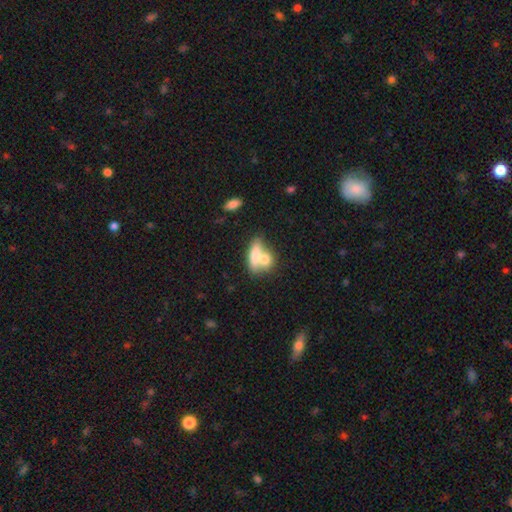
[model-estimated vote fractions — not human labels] Smooth or featured?
  - smooth: 68% *
  - featured or disk: 25%
  - star or artifact: 7%
How rounded?
  - in between: 67% *
  - cigar-shaped: 17%
  - round: 16%
Merging?
  - merger: 64% *
  - none: 24%
  - minor disturbance: 8%
  - major disturbance: 4%